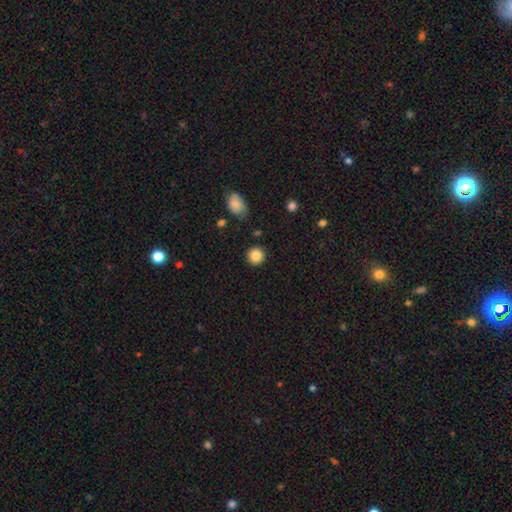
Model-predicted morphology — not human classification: smooth-or-featured: smooth: 86% | star or artifact: 10% | featured or disk: 4%
  how-rounded: round: 93% | in between: 6% | cigar-shaped: 1%
  merging: none: 88% | minor disturbance: 7% | major disturbance: 2% | merger: 2%